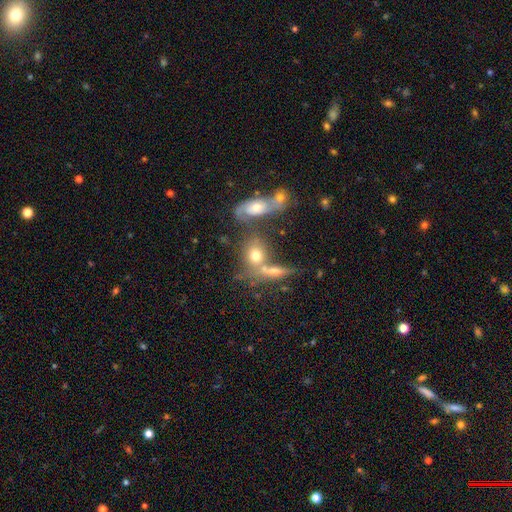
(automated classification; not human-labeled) smooth_or_featured: smooth (p=0.62) [alt: featured or disk p=0.26]
how_rounded: round (p=0.48) [alt: in between p=0.47]
merging: none (p=0.40) [tied with: merger p=0.40]